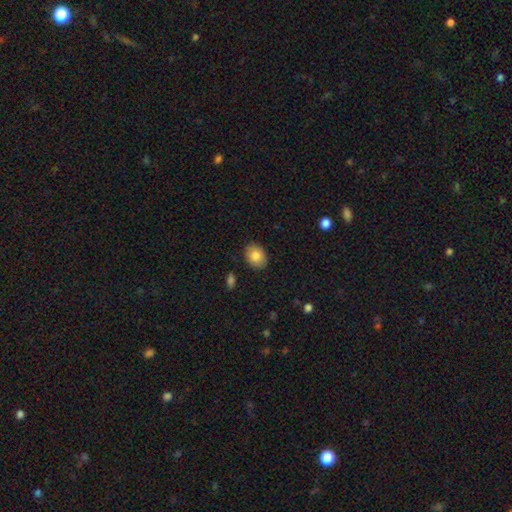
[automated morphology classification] This is clearly a smooth galaxy (84%). How rounded: likely in between (64%). Merging: clearly none (88%).